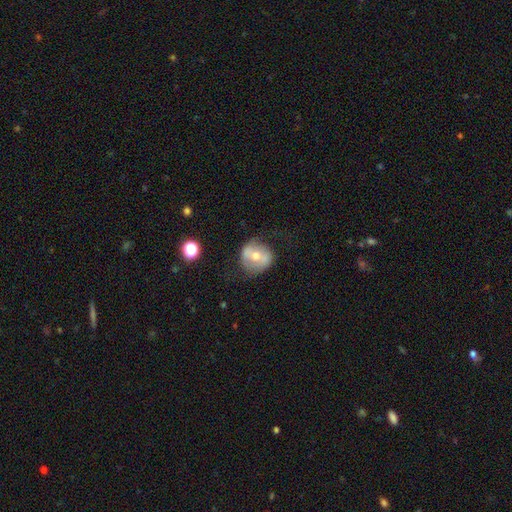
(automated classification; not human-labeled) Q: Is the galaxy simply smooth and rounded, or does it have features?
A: featured or disk — 48%.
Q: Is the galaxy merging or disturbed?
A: none — 63%.